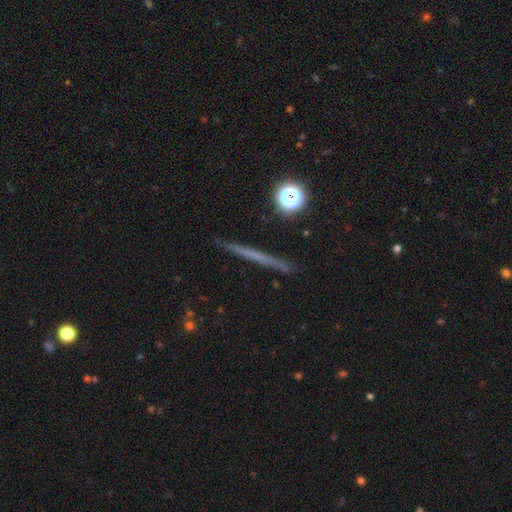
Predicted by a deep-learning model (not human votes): featured or disk 51%, smooth 38%, star or artifact 11%. Down the decision tree: edge-on disk — yes (96%); merging — none (90%).